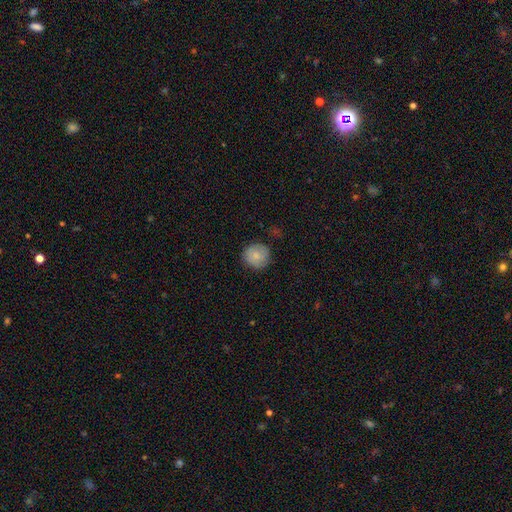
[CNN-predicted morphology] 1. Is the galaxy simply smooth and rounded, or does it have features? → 81% smooth, 12% featured or disk, 7% star or artifact.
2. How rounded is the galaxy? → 88% round, 11% in between, 1% cigar-shaped.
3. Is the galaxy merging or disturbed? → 79% none, 16% minor disturbance, 3% major disturbance, 1% merger.